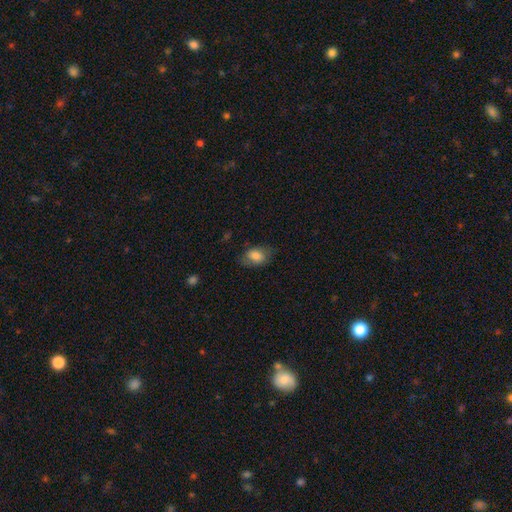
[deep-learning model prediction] A smooth galaxy with no disk features (79%) that is in between round and cigar-shaped (82%).

Vote fractions:
- Smooth or featured? smooth: 79% / featured or disk: 13% / star or artifact: 8%
- How rounded? in between: 82% / round: 16% / cigar-shaped: 2%
- Merging? none: 71% / minor disturbance: 21% / major disturbance: 7% / merger: 1%